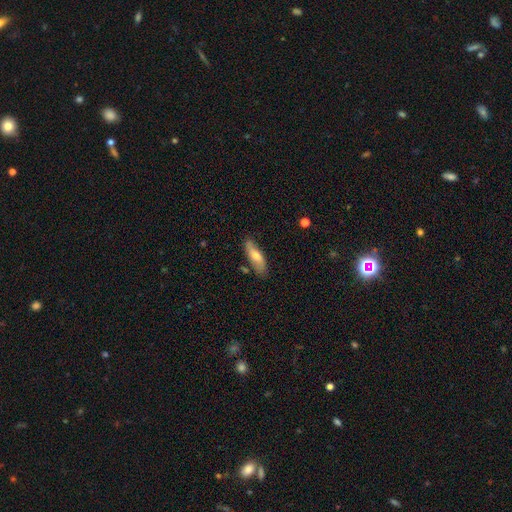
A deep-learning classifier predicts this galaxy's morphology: smooth 53%, featured or disk 40%, star or artifact 7%. Down the decision tree: how rounded — cigar-shaped (53%); merging — none (79%).